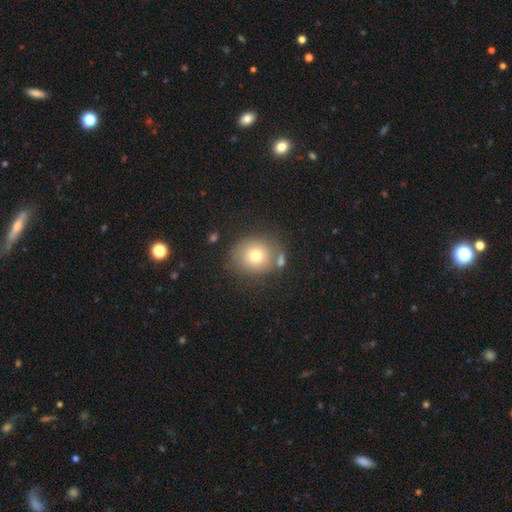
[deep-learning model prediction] This appears to be a smooth galaxy with no disk features (74%) that is round (83%). Merging: none (71%).